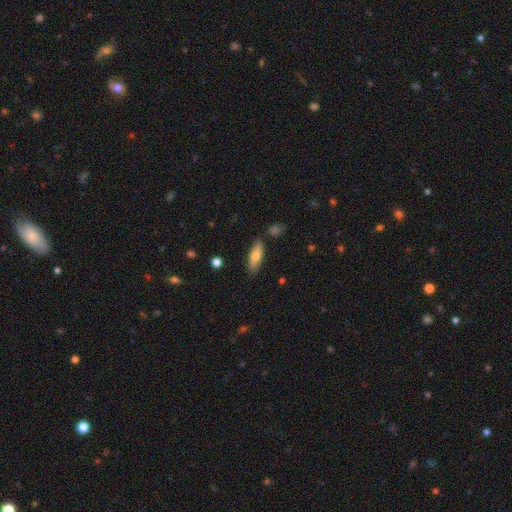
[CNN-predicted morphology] type=smooth (74%); roundness=in between (57%); merging=none (84%).